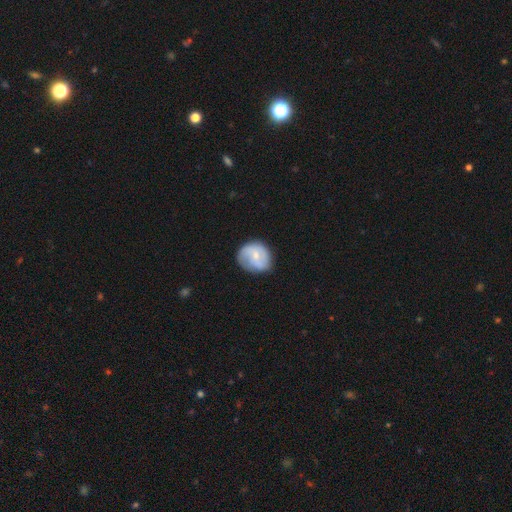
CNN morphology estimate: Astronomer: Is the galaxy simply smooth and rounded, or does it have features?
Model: featured or disk — 53% (runner-up: smooth, 40%).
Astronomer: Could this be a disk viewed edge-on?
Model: no — 97%.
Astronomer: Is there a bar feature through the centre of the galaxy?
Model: no — 55% (runner-up: weak, 37%).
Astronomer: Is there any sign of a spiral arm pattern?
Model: yes — 81%.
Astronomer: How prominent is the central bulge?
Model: small — 61%.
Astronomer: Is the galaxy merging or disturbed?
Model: none — 70%.